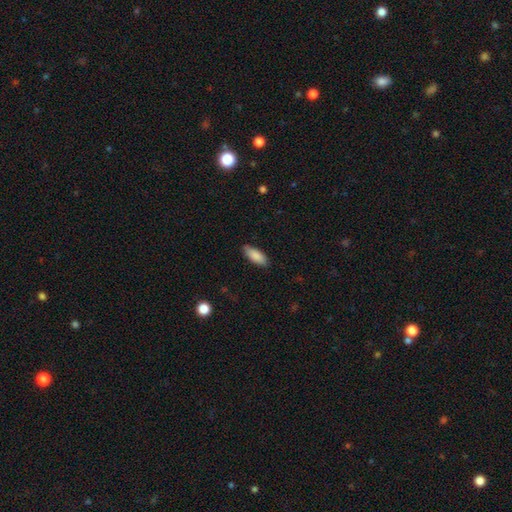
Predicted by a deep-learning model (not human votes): Smooth or featured?
  - smooth: 87% *
  - featured or disk: 7%
  - star or artifact: 6%
How rounded?
  - in between: 76% *
  - cigar-shaped: 22%
  - round: 2%
Merging?
  - none: 86% *
  - minor disturbance: 11%
  - major disturbance: 2%
  - merger: 1%